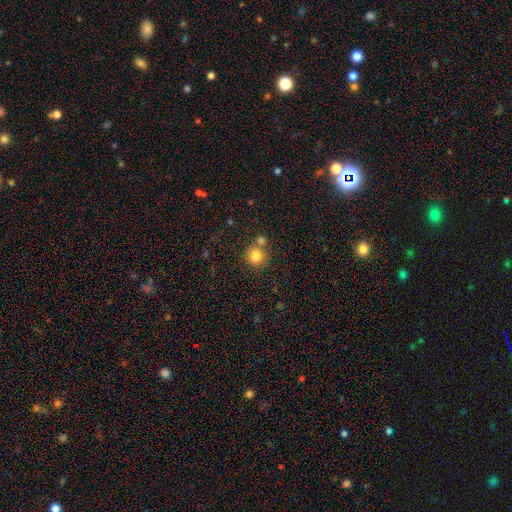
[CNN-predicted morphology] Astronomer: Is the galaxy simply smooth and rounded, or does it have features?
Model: smooth — 82%.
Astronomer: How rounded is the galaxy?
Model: round — 93%.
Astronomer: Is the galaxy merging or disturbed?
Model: none — 67%.